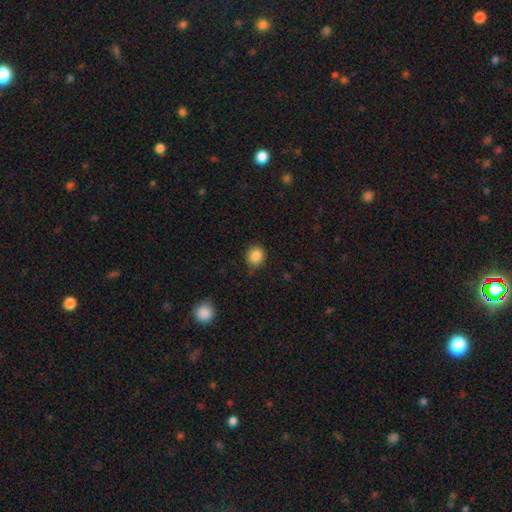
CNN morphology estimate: This is clearly a smooth galaxy (86%). How rounded: likely round (73%). Merging: likely none (78%).